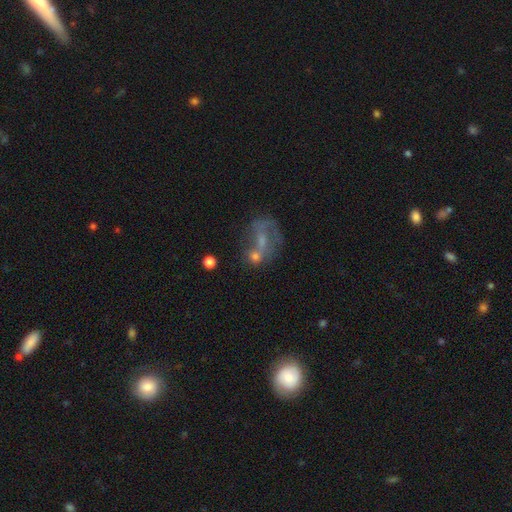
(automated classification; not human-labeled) smooth_or_featured: featured or disk (p=0.51) [alt: smooth p=0.26]
disk_edge_on: no (p=0.95) [alt: yes p=0.05]
merging: none (p=0.39) [alt: merger p=0.30]